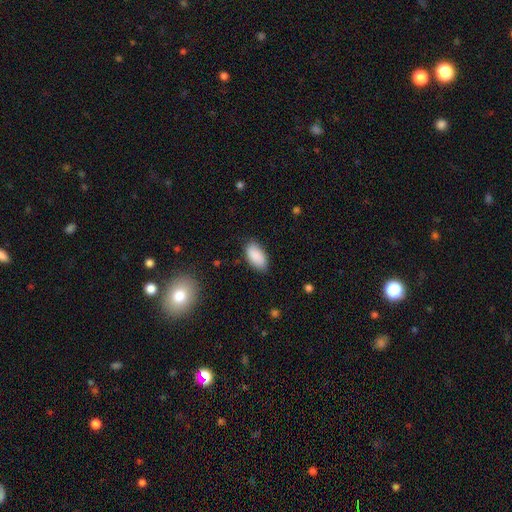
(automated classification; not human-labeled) Smooth or featured? Predicted: smooth (p=0.90). How rounded? Predicted: in between (p=0.95). Merging? Predicted: none (p=0.84).